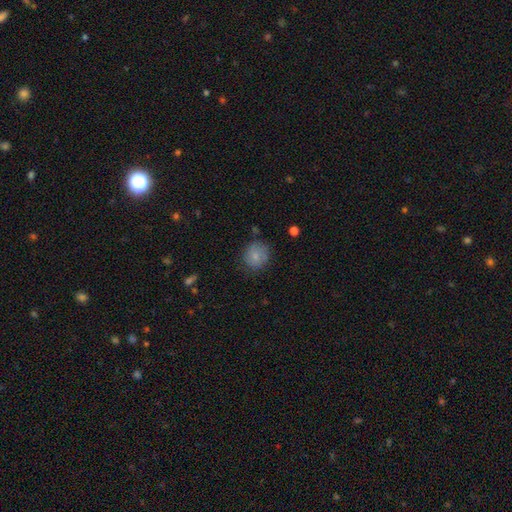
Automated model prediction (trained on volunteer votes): This is likely a smooth galaxy (80%). How rounded: clearly round (84%). Merging: likely none (74%).